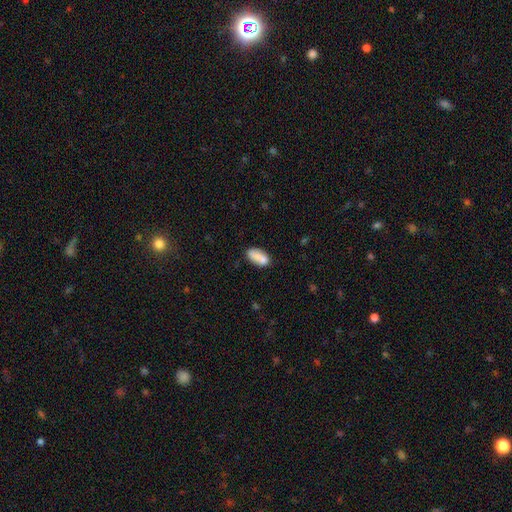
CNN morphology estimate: Smooth or featured? Predicted: smooth (p=0.73). How rounded? Predicted: in between (p=0.88). Merging? Predicted: none (p=0.49).